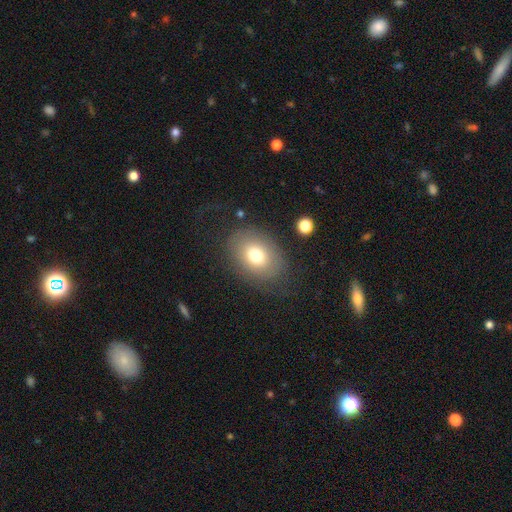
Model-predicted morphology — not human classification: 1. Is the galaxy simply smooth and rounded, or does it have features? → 72% smooth, 18% featured or disk, 11% star or artifact.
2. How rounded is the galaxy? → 70% in between, 29% round, 1% cigar-shaped.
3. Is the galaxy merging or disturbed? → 72% none, 16% minor disturbance, 10% major disturbance, 2% merger.